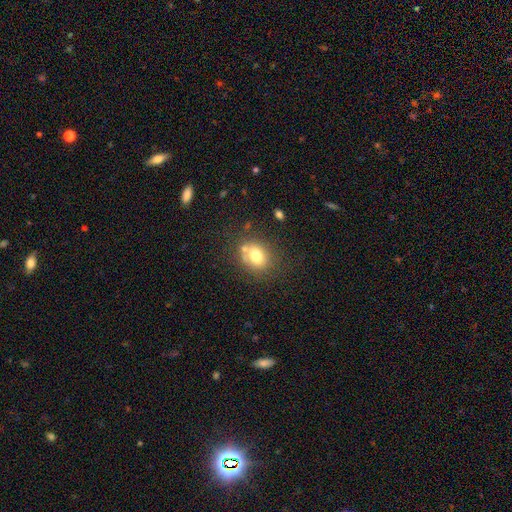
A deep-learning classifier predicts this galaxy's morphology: Overall: smooth (73%). How rounded: round (55%; in between 45%). Merging: none (60%).